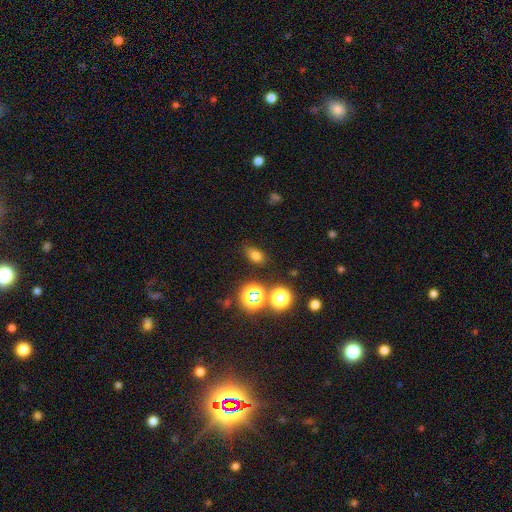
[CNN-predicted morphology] Q: Smooth or featured?
A: smooth (72%); runner-up: star or artifact (21%)
Q: How rounded?
A: in between (75%); runner-up: round (23%)
Q: Merging?
A: none (79%); runner-up: minor disturbance (14%)